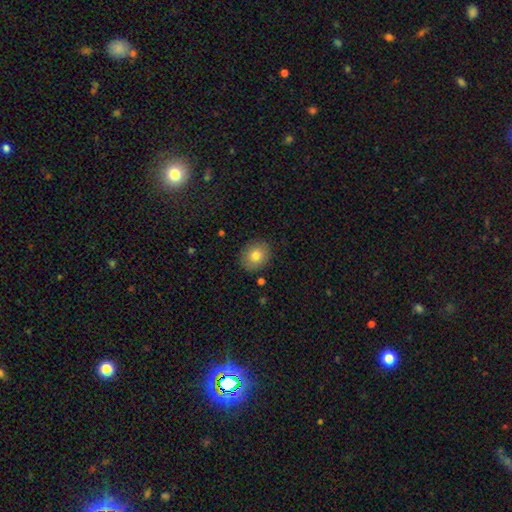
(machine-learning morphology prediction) Smooth or featured? smooth (80%)
How rounded? round (62%)
Merging? none (87%)